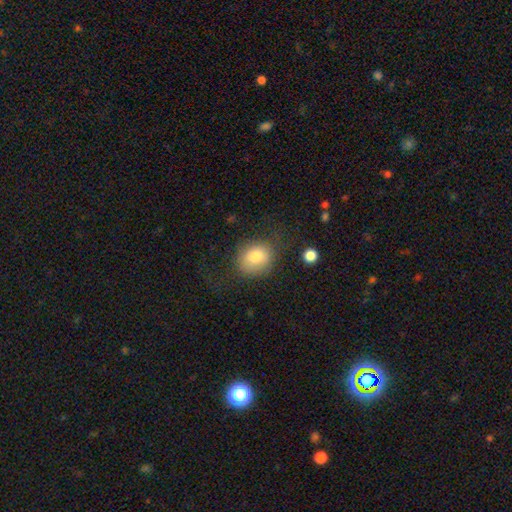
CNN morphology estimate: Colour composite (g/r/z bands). It shows a smooth galaxy with no disk features (81%) that is round (65%). Merging: none (68%).